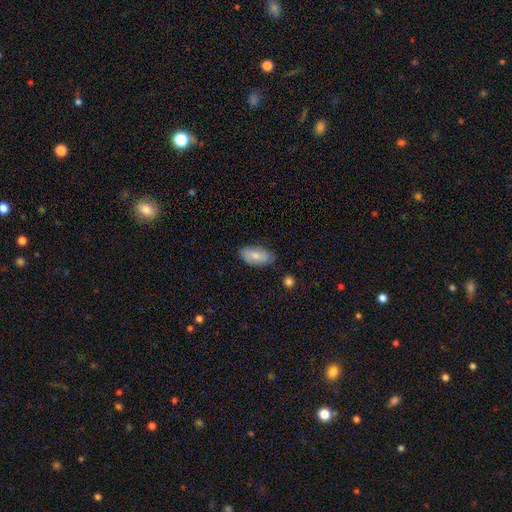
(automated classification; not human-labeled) The model was most divided on "merging": none: 72%, minor disturbance: 22%, major disturbance: 4%, merger: 2%. More confident: how rounded — in between (92%); smooth or featured — smooth (76%).